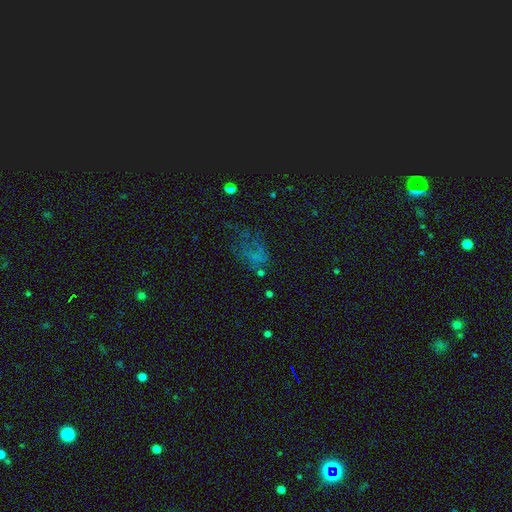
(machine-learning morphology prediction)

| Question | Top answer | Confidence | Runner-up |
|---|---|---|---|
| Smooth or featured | smooth | 38% | featured or disk (32%) |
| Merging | major disturbance | 41% | none (36%) |